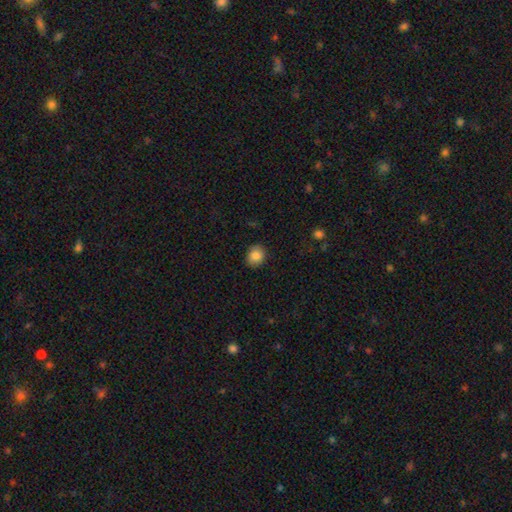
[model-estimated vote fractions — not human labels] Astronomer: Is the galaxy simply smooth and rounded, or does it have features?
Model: smooth — 85%.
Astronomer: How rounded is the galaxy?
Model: round — 69%.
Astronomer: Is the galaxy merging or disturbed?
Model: none — 88%.